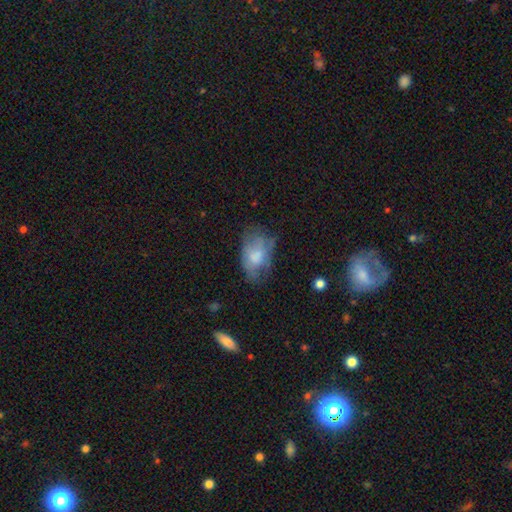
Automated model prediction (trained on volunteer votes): The model was most divided on "merging": none: 45%, minor disturbance: 31%, major disturbance: 21%, merger: 3%. More confident: how rounded — in between (89%); smooth or featured — smooth (64%).